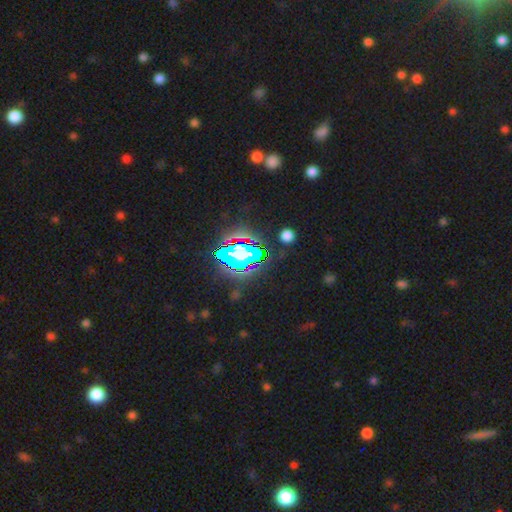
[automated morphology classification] type=star or artifact (65%).